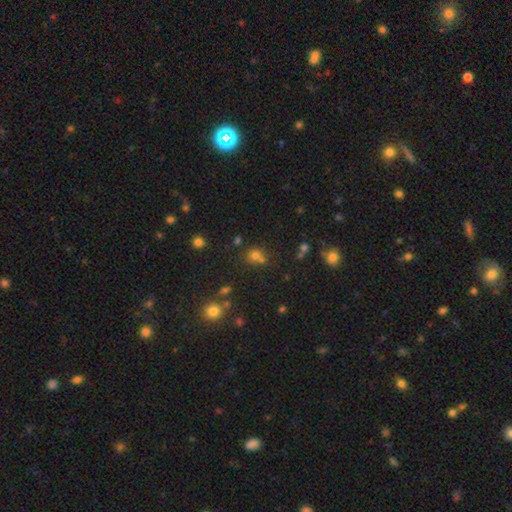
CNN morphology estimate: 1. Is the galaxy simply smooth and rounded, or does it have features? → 65% smooth, 26% star or artifact, 9% featured or disk.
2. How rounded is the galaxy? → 80% round, 19% in between, 1% cigar-shaped.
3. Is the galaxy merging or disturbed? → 56% none, 31% merger, 9% minor disturbance, 4% major disturbance.